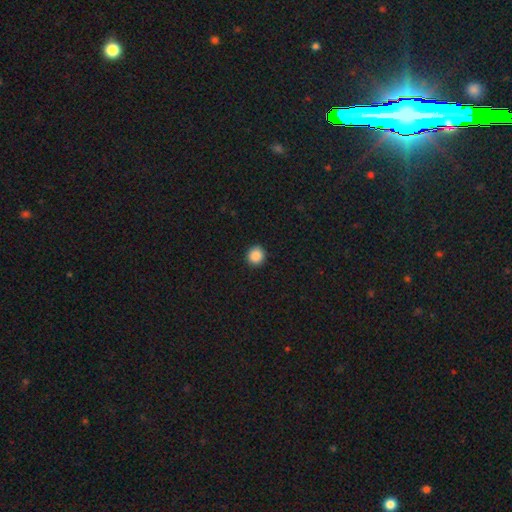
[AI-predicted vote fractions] A smooth galaxy with no disk features (88%) that is round (91%). Merging: none (92%).